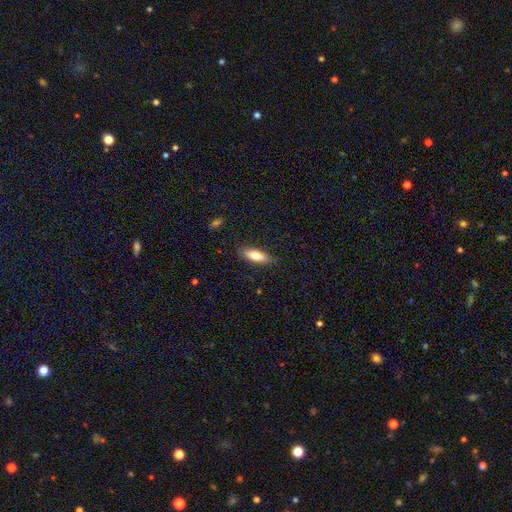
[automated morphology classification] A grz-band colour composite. It shows a smooth galaxy with no disk features (75%) that is in between round and cigar-shaped (55%). Merging: none (85%).